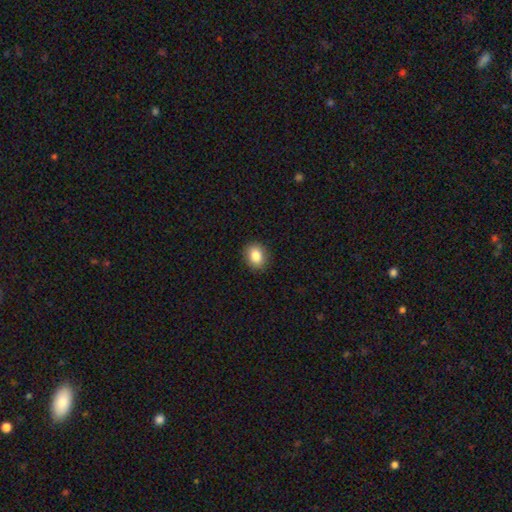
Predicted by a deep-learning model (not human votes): Smooth or featured?
  - smooth: 85% *
  - star or artifact: 9%
  - featured or disk: 6%
How rounded?
  - in between: 54% *
  - round: 45%
  - cigar-shaped: 1%
Merging?
  - none: 89% *
  - minor disturbance: 8%
  - major disturbance: 2%
  - merger: 1%